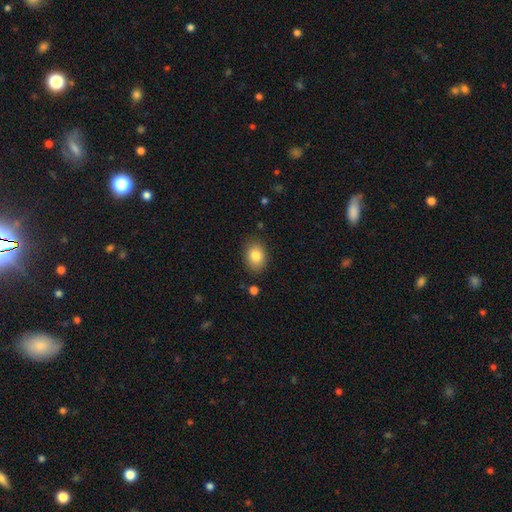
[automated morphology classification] Smooth or featured? Predicted: smooth (p=0.83). How rounded? Predicted: in between (p=0.65). Merging? Predicted: none (p=0.85).